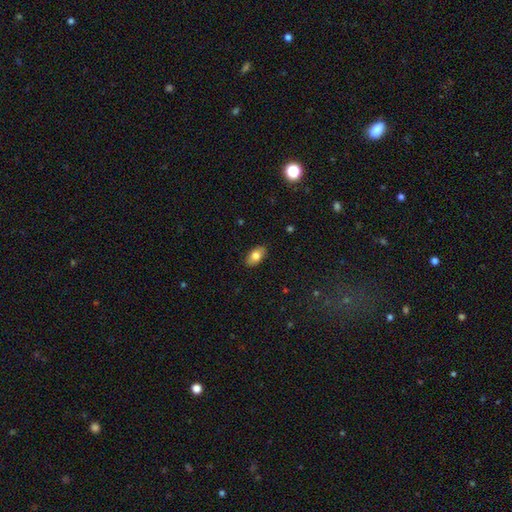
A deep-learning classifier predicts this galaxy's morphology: Q: Smooth or featured?
A: smooth (80%); runner-up: featured or disk (13%)
Q: How rounded?
A: in between (92%); runner-up: round (6%)
Q: Merging?
A: none (88%); runner-up: minor disturbance (9%)